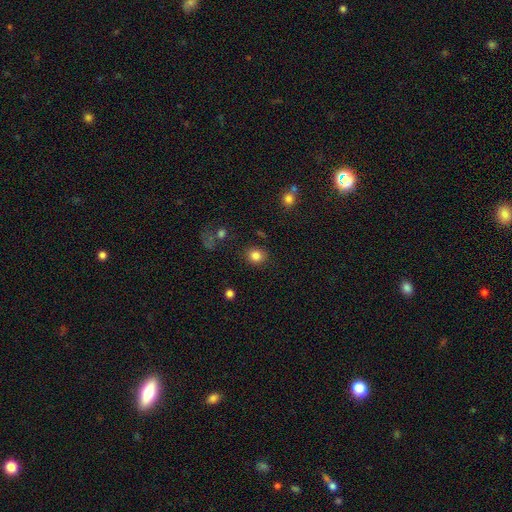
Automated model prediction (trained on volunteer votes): Smooth or featured?
  - smooth: 83% *
  - star or artifact: 11%
  - featured or disk: 5%
How rounded?
  - round: 79% *
  - in between: 20%
  - cigar-shaped: 1%
Merging?
  - none: 86% *
  - minor disturbance: 9%
  - major disturbance: 3%
  - merger: 2%